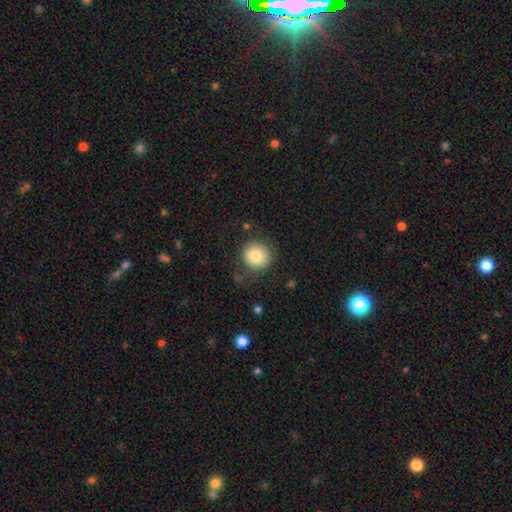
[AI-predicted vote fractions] smooth_or_featured: smooth (p=0.82) [alt: featured or disk p=0.09]
how_rounded: round (p=0.91) [alt: in between p=0.08]
merging: none (p=0.77) [alt: minor disturbance p=0.15]